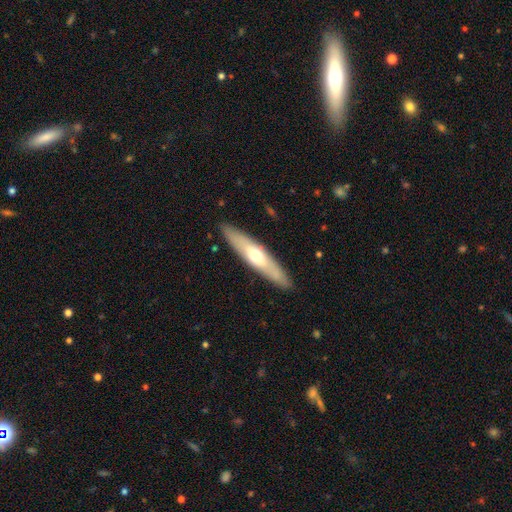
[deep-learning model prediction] Q: Smooth or featured?
A: featured or disk (49%); runner-up: smooth (46%)
Q: Merging?
A: none (89%); runner-up: minor disturbance (8%)